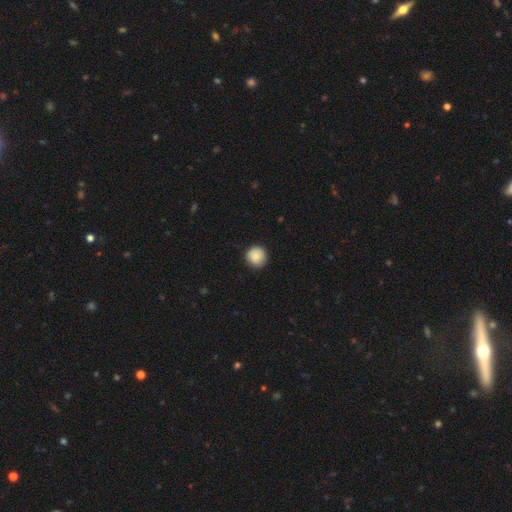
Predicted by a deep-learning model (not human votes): Q: Smooth or featured?
A: smooth (86%); runner-up: star or artifact (8%)
Q: How rounded?
A: round (95%); runner-up: in between (4%)
Q: Merging?
A: none (88%); runner-up: minor disturbance (9%)